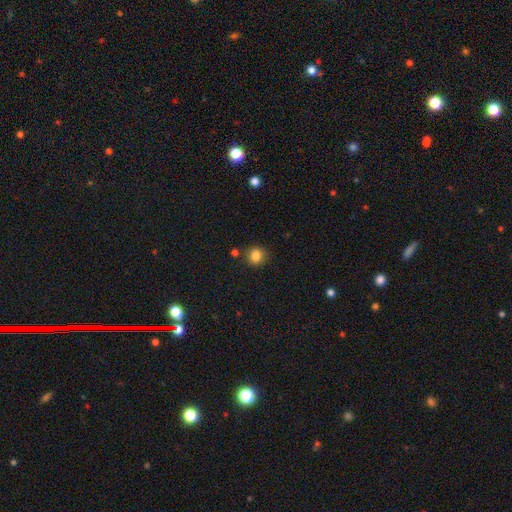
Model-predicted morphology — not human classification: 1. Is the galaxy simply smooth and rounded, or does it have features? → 84% smooth, 11% star or artifact, 5% featured or disk.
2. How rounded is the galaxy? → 85% round, 14% in between, 1% cigar-shaped.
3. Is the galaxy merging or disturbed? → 81% none, 11% minor disturbance, 5% merger, 3% major disturbance.